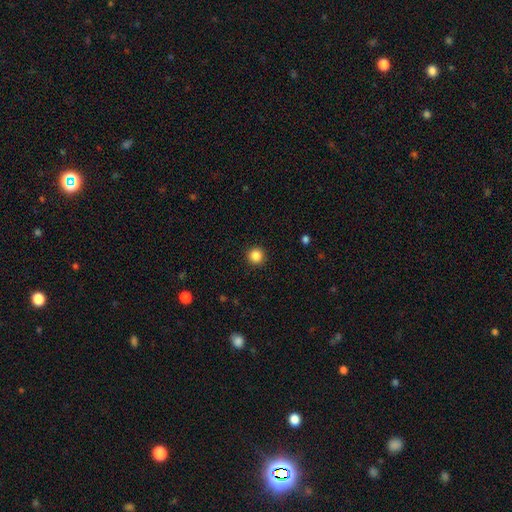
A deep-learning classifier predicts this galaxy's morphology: Smooth or featured: smooth — 86% (star or artifact — 11%)
How rounded: round — 95% (in between — 4%)
Merging: none — 92% (minor disturbance — 5%)